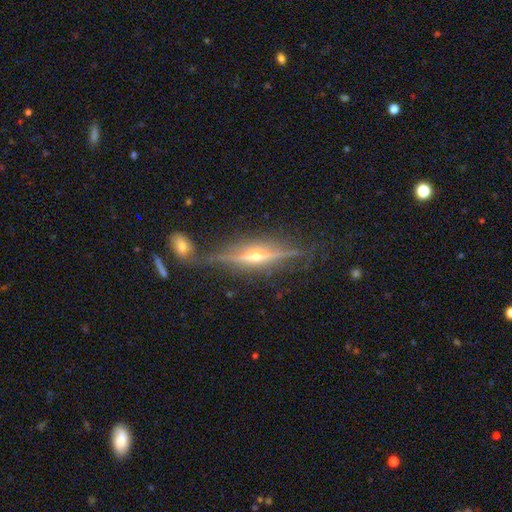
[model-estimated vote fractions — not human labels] Smooth or featured? Predicted: featured or disk (p=0.83). Edge-on disk? Predicted: yes (p=0.95). Edge-on bulge? Predicted: rounded (p=0.89). Merging? Predicted: none (p=0.76).